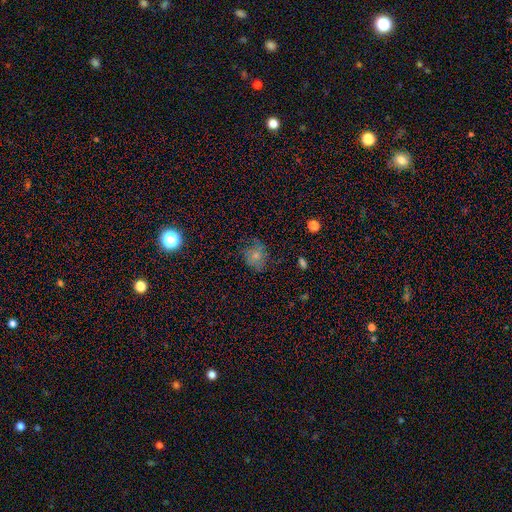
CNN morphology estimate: A smooth galaxy with no disk features (68%) that is round (75%). Merging: none (69%).